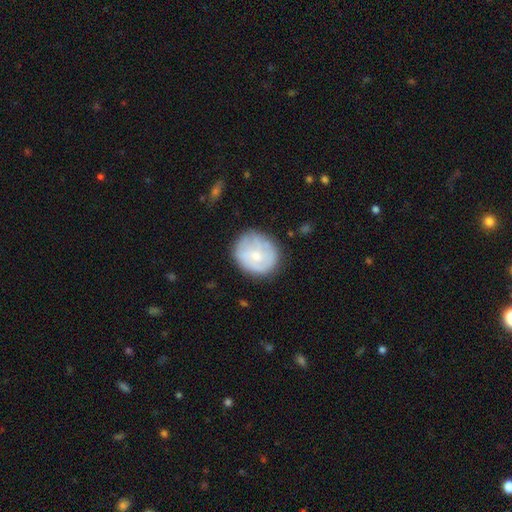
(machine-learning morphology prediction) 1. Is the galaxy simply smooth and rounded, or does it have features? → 50% smooth, 44% featured or disk, 6% star or artifact.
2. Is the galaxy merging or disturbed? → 70% none, 21% minor disturbance, 7% major disturbance, 2% merger.